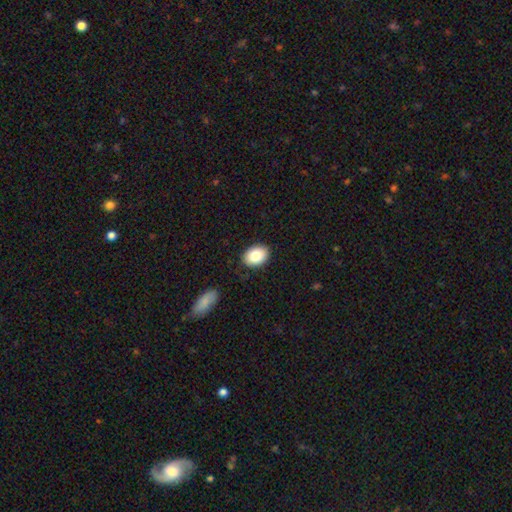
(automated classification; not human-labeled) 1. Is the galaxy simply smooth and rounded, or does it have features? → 84% smooth, 9% featured or disk, 7% star or artifact.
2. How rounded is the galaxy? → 78% in between, 21% round, 1% cigar-shaped.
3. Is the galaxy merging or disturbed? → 87% none, 9% minor disturbance, 2% major disturbance, 1% merger.